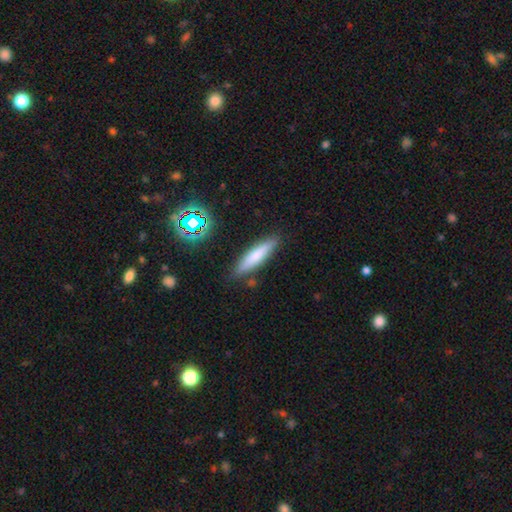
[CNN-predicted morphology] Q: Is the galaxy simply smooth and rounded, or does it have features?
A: smooth — 69%.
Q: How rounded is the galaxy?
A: cigar-shaped — 80%.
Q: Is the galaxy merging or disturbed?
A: none — 84%.